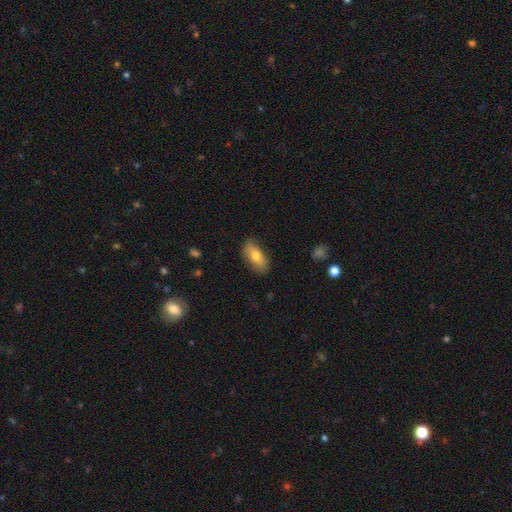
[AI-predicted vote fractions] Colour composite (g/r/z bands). It shows a smooth galaxy with no disk features (71%) that is in between round and cigar-shaped (86%). Merging: none (84%).